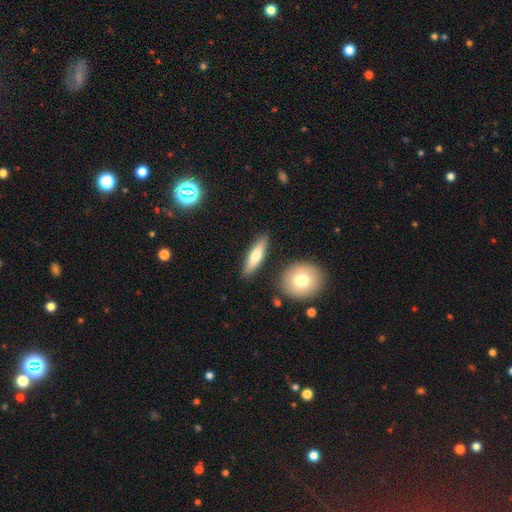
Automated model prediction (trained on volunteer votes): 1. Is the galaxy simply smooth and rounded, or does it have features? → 63% smooth, 31% featured or disk, 6% star or artifact.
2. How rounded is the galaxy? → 68% cigar-shaped, 29% in between, 3% round.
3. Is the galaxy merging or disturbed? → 85% none, 9% minor disturbance, 4% merger, 2% major disturbance.